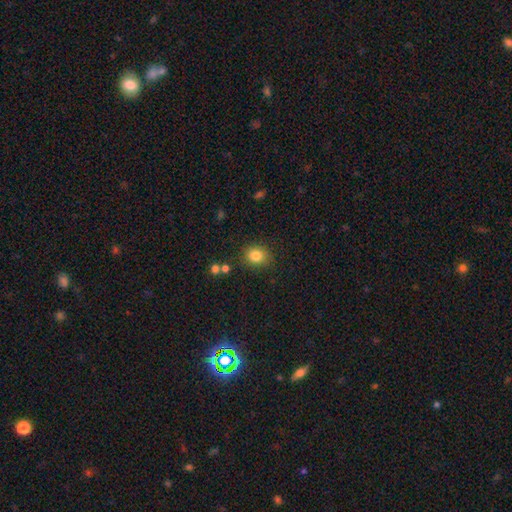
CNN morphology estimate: A smooth galaxy with no disk features (82%) that is round (62%). Merging: none (83%).